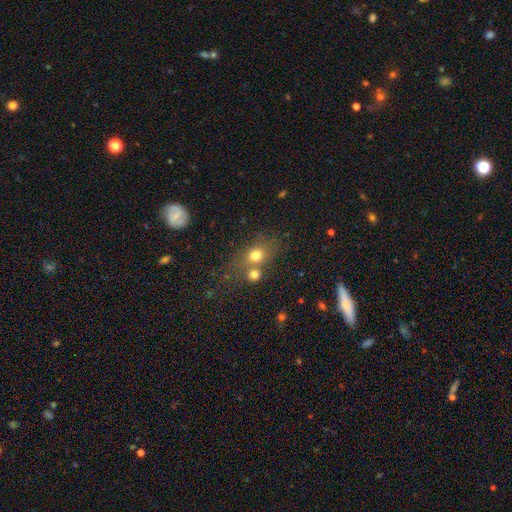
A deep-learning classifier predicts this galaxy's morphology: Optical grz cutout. It shows a smooth galaxy with no disk features (74%) that is round (57%). Merging: none (48%).